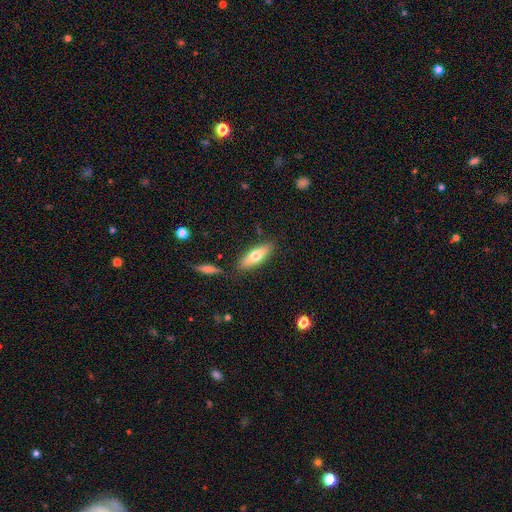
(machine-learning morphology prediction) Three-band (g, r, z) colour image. It shows a smooth galaxy with no disk features (64%) that is in between round and cigar-shaped (56%). Merging: none (81%).